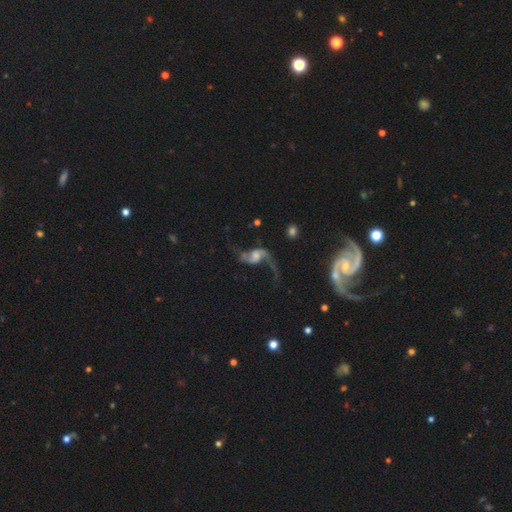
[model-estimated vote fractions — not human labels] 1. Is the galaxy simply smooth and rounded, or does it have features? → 86% featured or disk, 7% smooth, 6% star or artifact.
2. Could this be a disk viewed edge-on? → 96% no, 4% yes.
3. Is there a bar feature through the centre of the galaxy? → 48% no, 39% weak, 13% strong.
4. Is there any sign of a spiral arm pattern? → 95% yes, 5% no.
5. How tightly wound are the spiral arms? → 89% loose, 8% medium, 2% tight.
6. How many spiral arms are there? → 91% 2, 5% 1, 2% can't tell, 1% 3, 1% 4, 1% more than 4.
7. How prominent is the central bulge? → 38% moderate, 32% small, 15% none, 12% large, 3% dominant.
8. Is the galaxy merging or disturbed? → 57% none, 23% major disturbance, 15% minor disturbance, 5% merger.